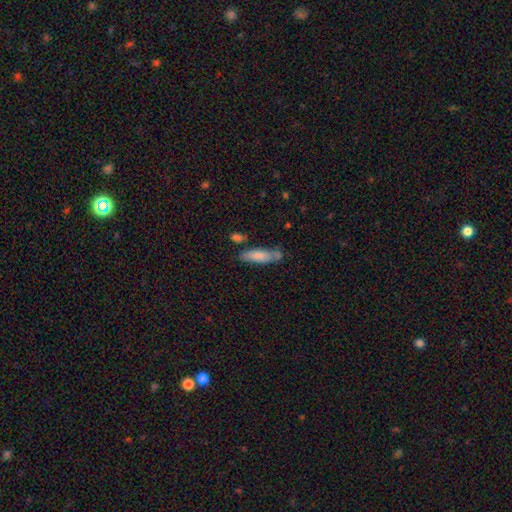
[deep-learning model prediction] Overall: smooth (72%). How rounded: cigar-shaped (64%; in between 34%). Merging: none (63%).